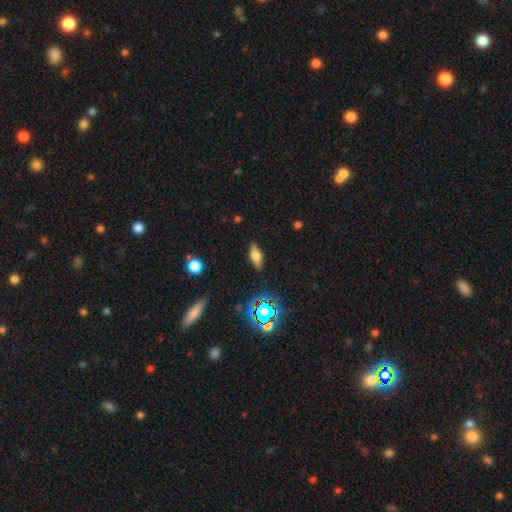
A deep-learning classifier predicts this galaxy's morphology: Smooth or featured? Predicted: smooth (p=0.53). How rounded? Predicted: in between (p=0.63). Merging? Predicted: none (p=0.85).